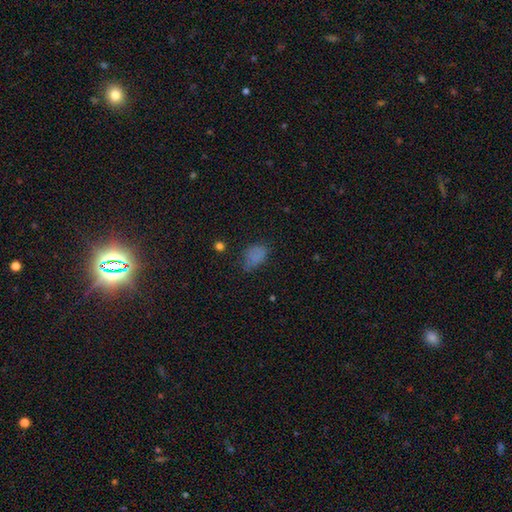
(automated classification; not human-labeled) The model was most divided on "merging": none: 55%, minor disturbance: 29%, major disturbance: 13%, merger: 3%. More confident: how rounded — in between (85%); smooth or featured — smooth (73%).